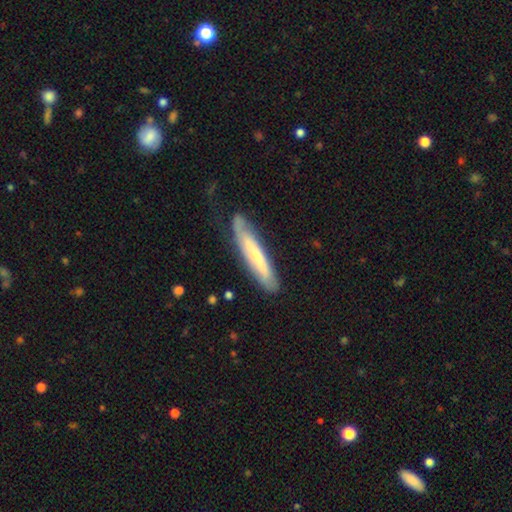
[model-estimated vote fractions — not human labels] This is possibly a smooth galaxy (49%). Merging: likely none (69%).